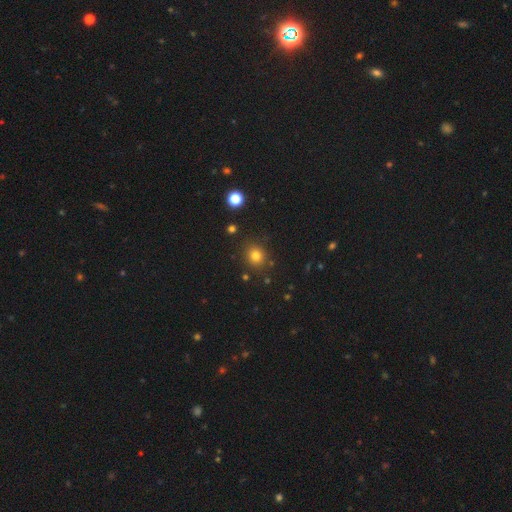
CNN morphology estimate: This is likely a smooth galaxy (79%). How rounded: clearly round (83%). Merging: clearly none (86%).